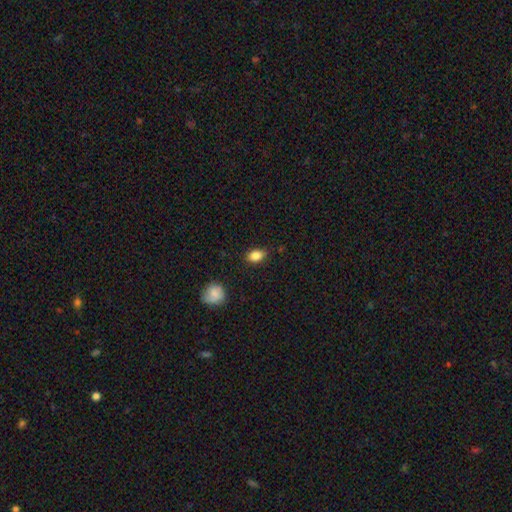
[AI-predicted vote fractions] Smooth or featured: smooth — 85% (star or artifact — 9%)
How rounded: in between — 83% (round — 15%)
Merging: none — 81% (minor disturbance — 15%)